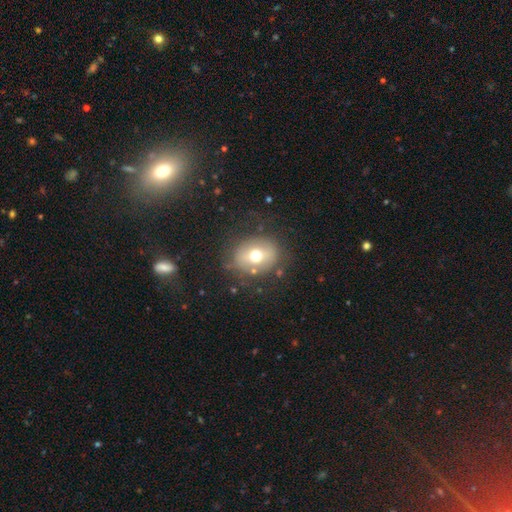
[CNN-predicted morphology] Overall: smooth (58%; featured or disk 31%). How rounded: round (62%; in between 37%). Merging: none (74%).